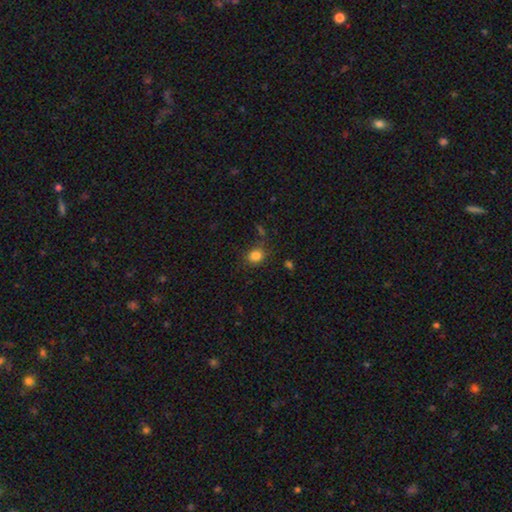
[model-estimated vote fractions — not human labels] Q: Smooth or featured?
A: smooth (84%); runner-up: star or artifact (12%)
Q: How rounded?
A: round (64%); runner-up: in between (35%)
Q: Merging?
A: none (78%); runner-up: minor disturbance (14%)